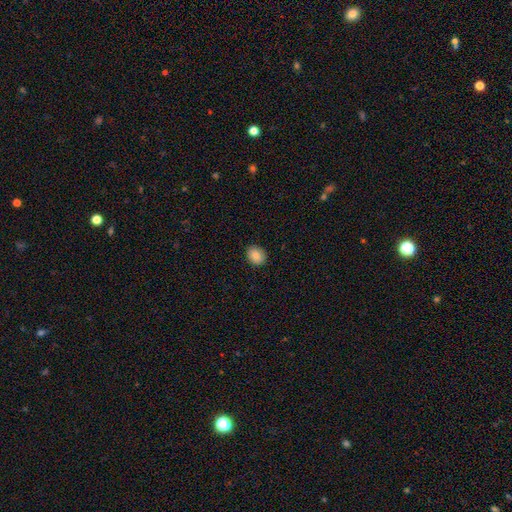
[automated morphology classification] Overall: smooth (85%). How rounded: round (58%; in between 41%). Merging: none (89%).